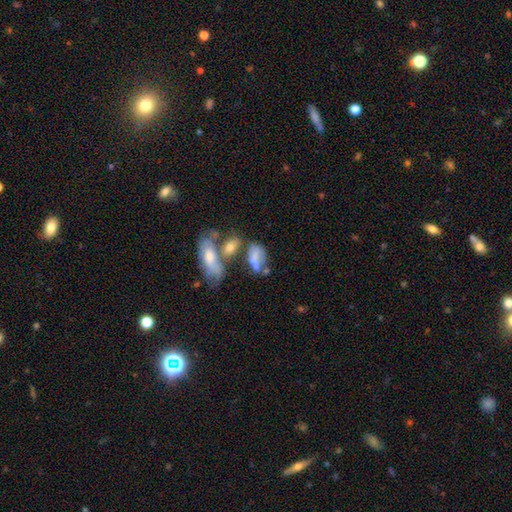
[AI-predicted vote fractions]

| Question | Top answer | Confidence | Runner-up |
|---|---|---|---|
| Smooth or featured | smooth | 63% | featured or disk (27%) |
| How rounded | in between | 85% | cigar-shaped (8%) |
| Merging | merger | 40% | none (26%) |